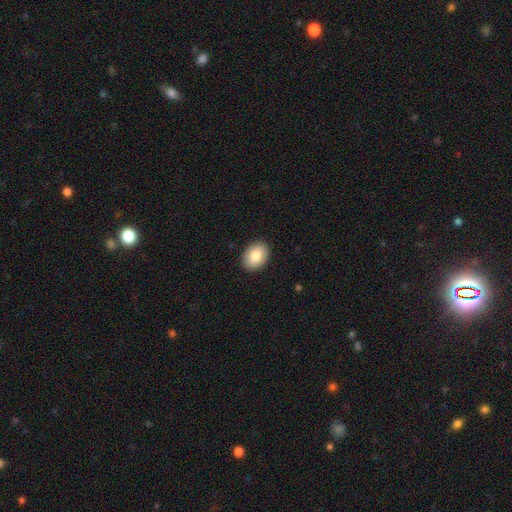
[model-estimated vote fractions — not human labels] Smooth or featured? Predicted: smooth (p=0.84). How rounded? Predicted: in between (p=0.77). Merging? Predicted: none (p=0.90).